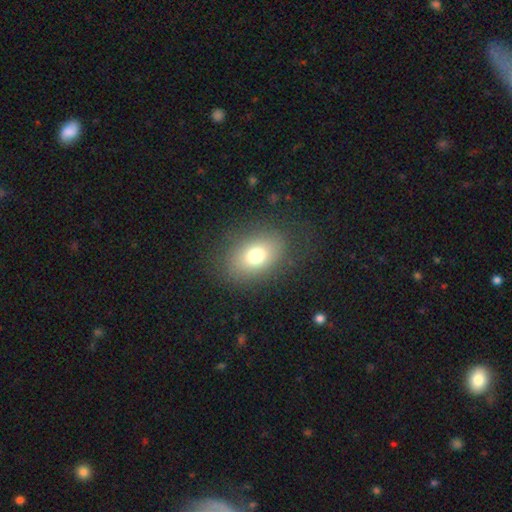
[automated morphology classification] This is likely a smooth galaxy (74%). How rounded: likely in between (74%). Merging: clearly none (80%).